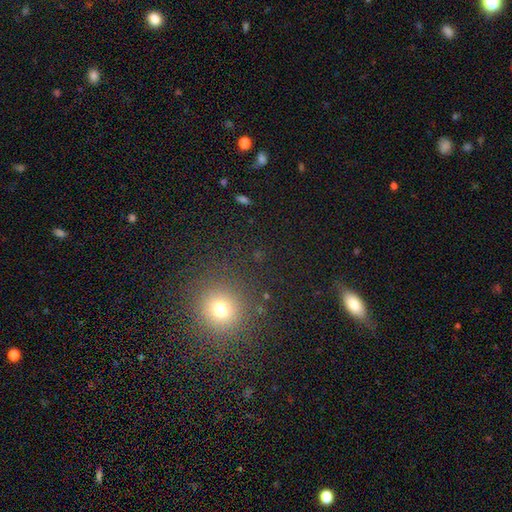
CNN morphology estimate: Smooth or featured? Predicted: smooth (p=0.51). How rounded? Predicted: round (p=0.88). Merging? Predicted: none (p=0.90).